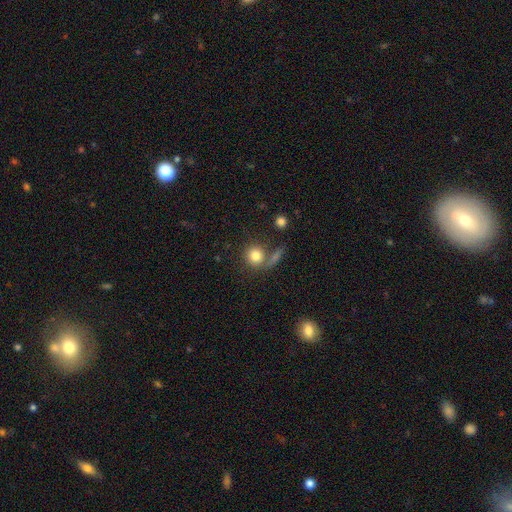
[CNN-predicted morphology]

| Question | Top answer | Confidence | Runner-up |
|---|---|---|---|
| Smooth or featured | smooth | 80% | featured or disk (10%) |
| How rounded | round | 88% | in between (10%) |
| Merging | none | 58% | merger (23%) |